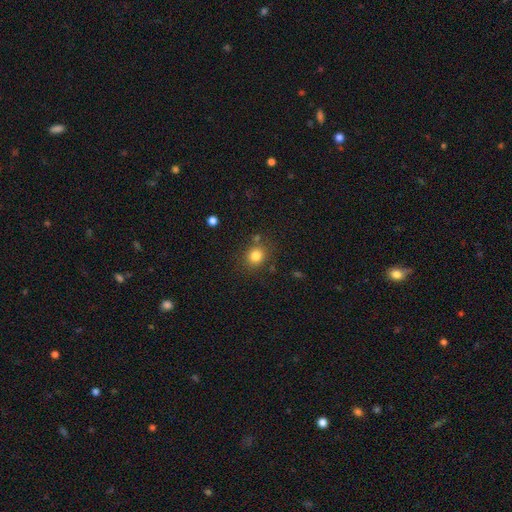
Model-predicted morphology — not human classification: Q: Smooth or featured?
A: smooth (81%); runner-up: star or artifact (12%)
Q: How rounded?
A: round (76%); runner-up: in between (23%)
Q: Merging?
A: none (79%); runner-up: minor disturbance (11%)